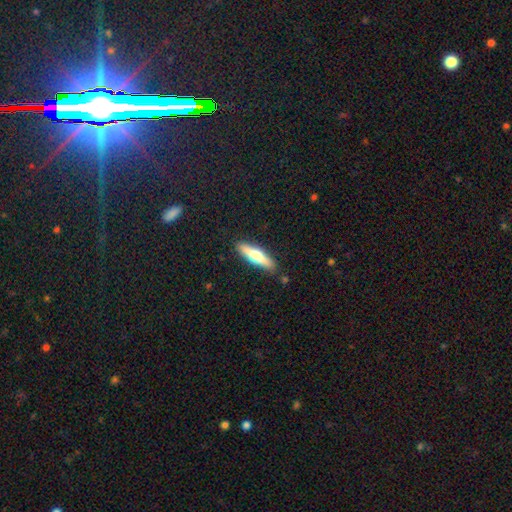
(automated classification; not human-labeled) This appears to be a smooth galaxy with no disk features (50%). Merging: none (88%).